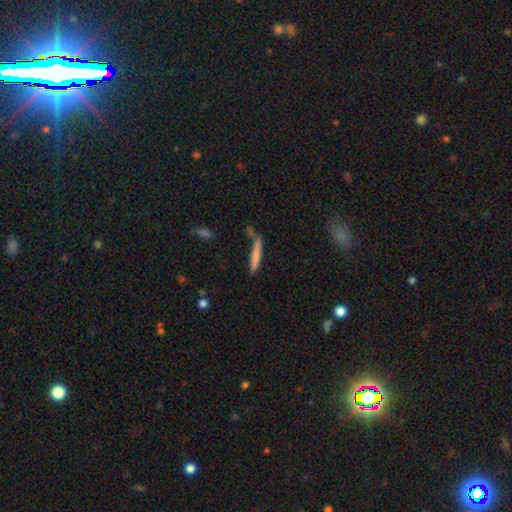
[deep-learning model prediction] Smooth or featured: smooth — 75% (featured or disk — 18%)
How rounded: cigar-shaped — 93% (in between — 6%)
Merging: none — 66% (minor disturbance — 16%)